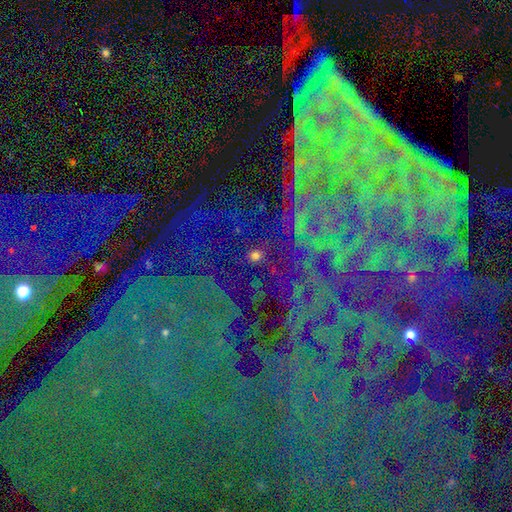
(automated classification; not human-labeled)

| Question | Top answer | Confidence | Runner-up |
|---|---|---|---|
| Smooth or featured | star or artifact | 72% | featured or disk (14%) |